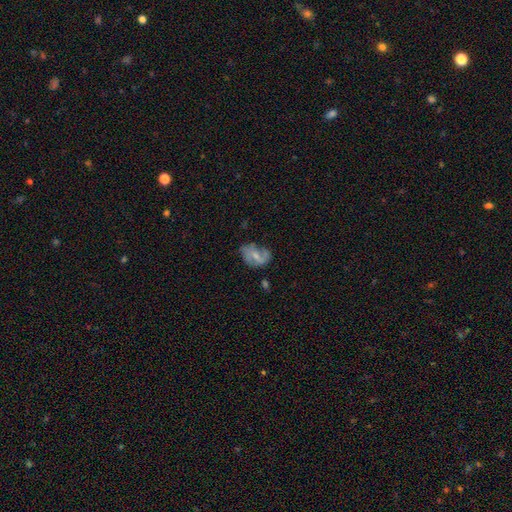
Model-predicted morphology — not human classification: The model was most divided on "bar": weak: 47%, no: 36%, strong: 16%. More confident: edge-on disk — no (97%); spiral arms — yes (81%); smooth or featured — featured or disk (62%); bulge size — small (55%); merging — none (50%).